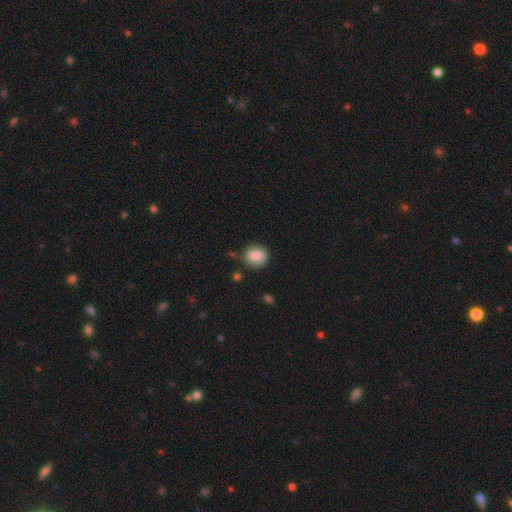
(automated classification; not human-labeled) Morphology: type=smooth (86%); roundness=round (61%); merging=none (74%).